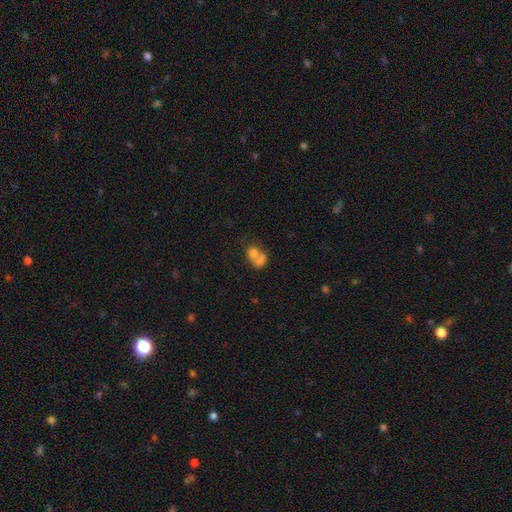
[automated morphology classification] smooth_or_featured: smooth (p=0.68) [alt: featured or disk p=0.22]
how_rounded: round (p=0.58) [alt: in between p=0.41]
merging: merger (p=0.70) [alt: none p=0.20]